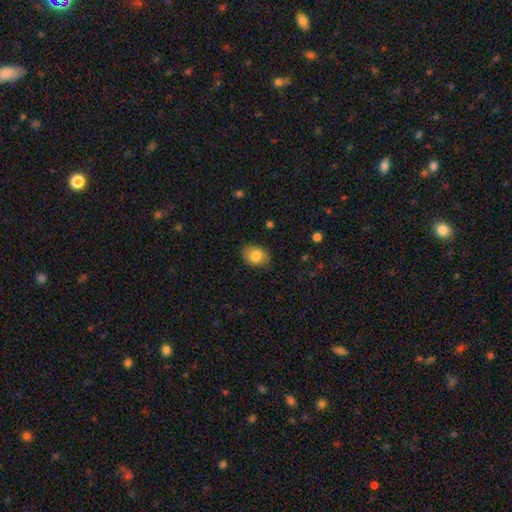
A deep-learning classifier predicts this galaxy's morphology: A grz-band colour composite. It shows a smooth galaxy with no disk features (83%) that is in between round and cigar-shaped (65%). Merging: none (85%).